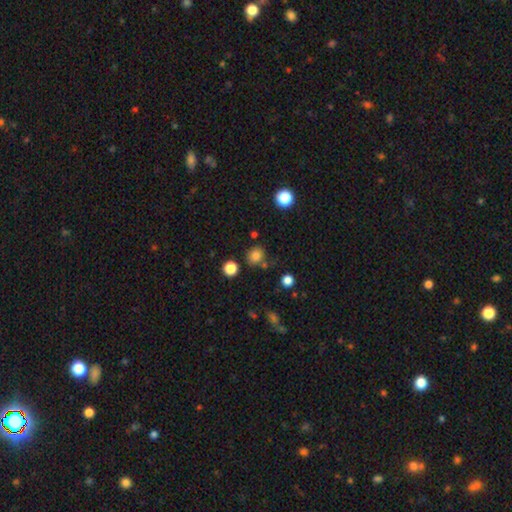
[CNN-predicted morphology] A smooth galaxy with no disk features (80%) that is round (75%). Merging: none (74%).